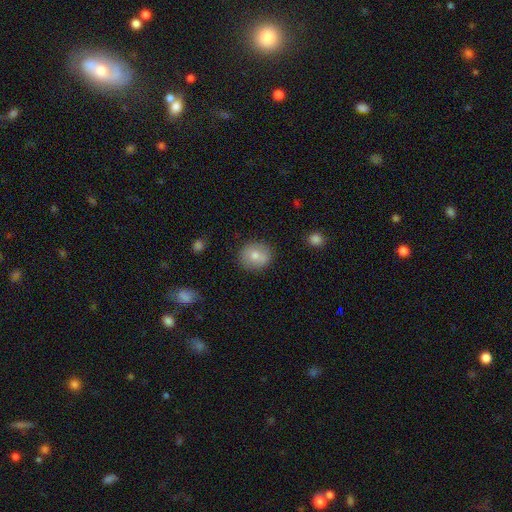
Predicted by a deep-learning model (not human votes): A smooth galaxy with no disk features (76%) that is round (78%). Merging: none (83%).